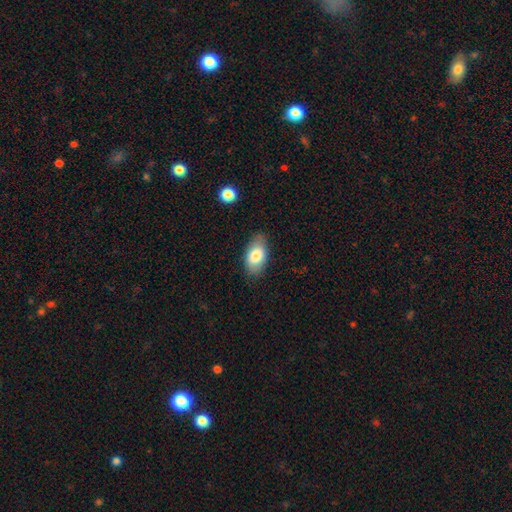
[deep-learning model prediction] A smooth galaxy with no disk features (80%) that is in between round and cigar-shaped (93%).

Vote fractions:
- Smooth or featured? smooth: 80% / featured or disk: 13% / star or artifact: 7%
- How rounded? in between: 93% / round: 5% / cigar-shaped: 2%
- Merging? none: 81% / minor disturbance: 14% / major disturbance: 3% / merger: 1%